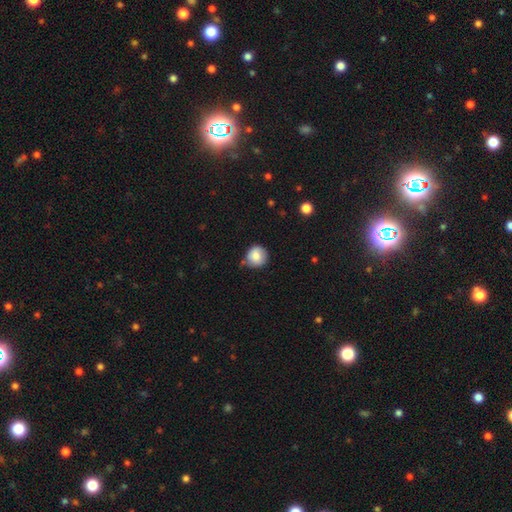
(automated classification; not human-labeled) Morphology: type=smooth (82%); roundness=round (91%); merging=none (71%).